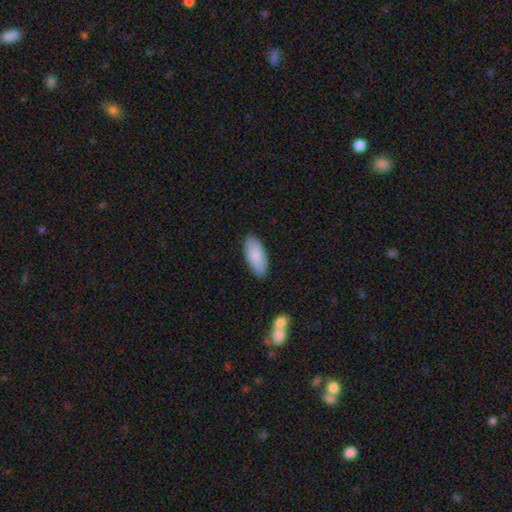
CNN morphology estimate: The model was most divided on "smooth or featured": smooth: 85%, featured or disk: 10%, star or artifact: 6%. More confident: how rounded — in between (87%); merging — none (86%).